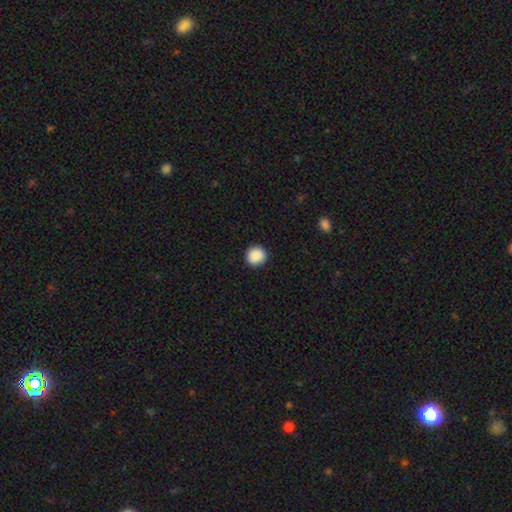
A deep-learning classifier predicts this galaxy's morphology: This appears to be a smooth galaxy with no disk features (90%) that is round (92%). Merging: none (92%).